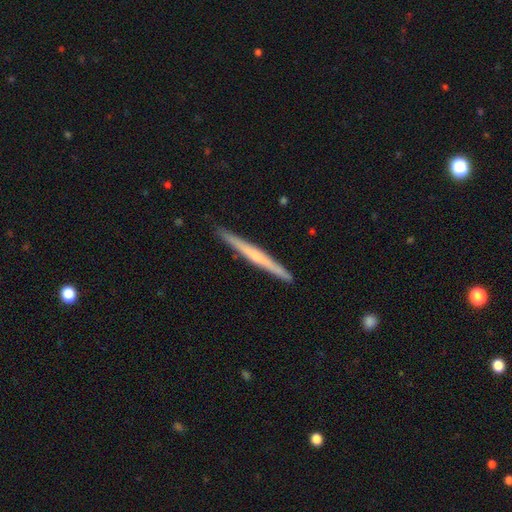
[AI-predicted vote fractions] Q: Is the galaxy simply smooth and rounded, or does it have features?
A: featured or disk — 58%.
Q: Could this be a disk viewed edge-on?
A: yes — 98%.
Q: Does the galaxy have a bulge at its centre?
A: none — 58%.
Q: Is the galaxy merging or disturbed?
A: none — 92%.